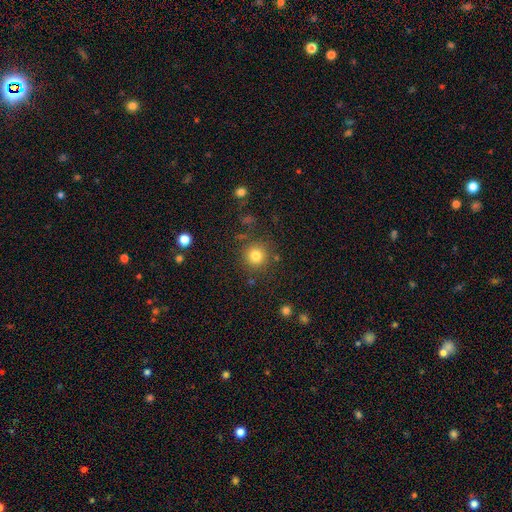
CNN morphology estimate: Smooth or featured? Predicted: smooth (p=0.81). How rounded? Predicted: round (p=0.94). Merging? Predicted: none (p=0.85).